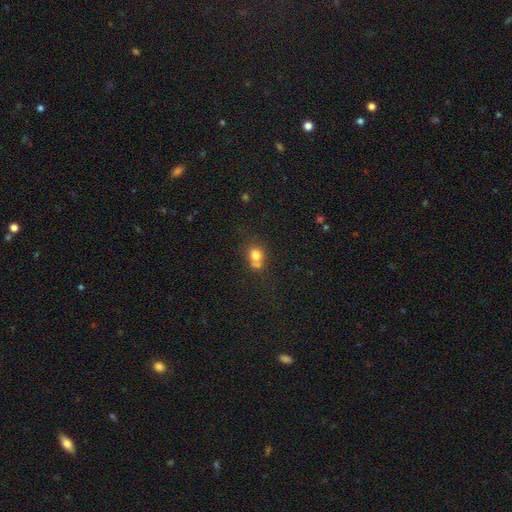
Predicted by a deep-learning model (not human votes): smooth 75%, featured or disk 13%, star or artifact 12%. Down the decision tree: how rounded — round (67%); merging — none (41%).